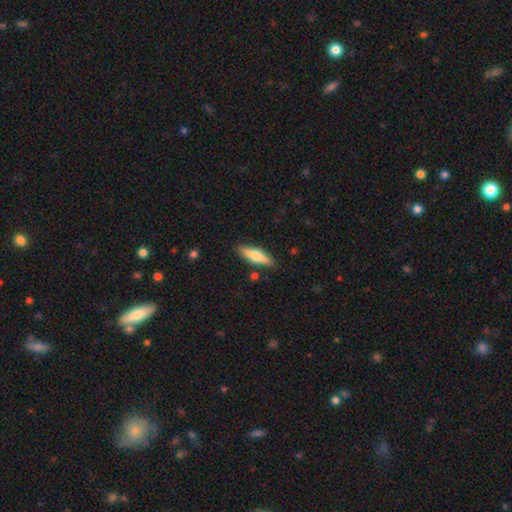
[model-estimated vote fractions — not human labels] Q: Smooth or featured?
A: smooth (56%); runner-up: featured or disk (38%)
Q: How rounded?
A: cigar-shaped (63%); runner-up: in between (35%)
Q: Merging?
A: none (86%); runner-up: minor disturbance (9%)